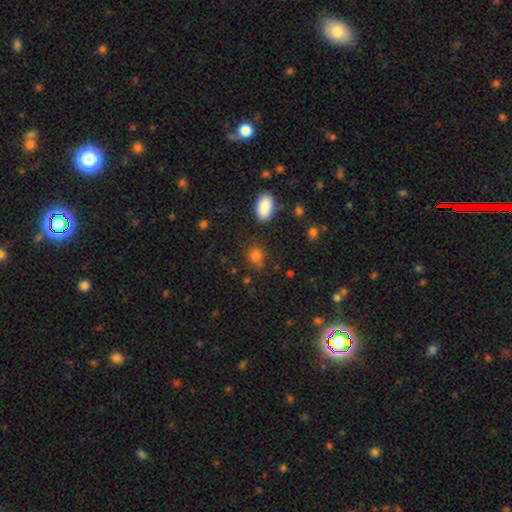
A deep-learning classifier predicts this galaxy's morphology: Smooth or featured?
  - smooth: 81% *
  - star or artifact: 13%
  - featured or disk: 6%
How rounded?
  - round: 61% *
  - in between: 38%
  - cigar-shaped: 2%
Merging?
  - none: 76% *
  - minor disturbance: 15%
  - major disturbance: 4%
  - merger: 4%